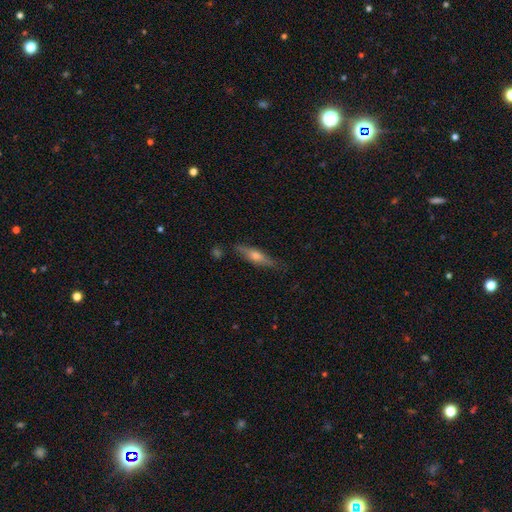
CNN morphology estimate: A featured or disk galaxy (61%) viewed edge-on (93%) with a rounded central bulge (89%).

Vote fractions:
- Smooth or featured? featured or disk: 61% / smooth: 32% / star or artifact: 7%
- Edge-on disk? yes: 93% / no: 7%
- Edge-on bulge? rounded: 89% / boxy: 5% / none: 5%
- Merging? none: 84% / minor disturbance: 12% / major disturbance: 3% / merger: 2%